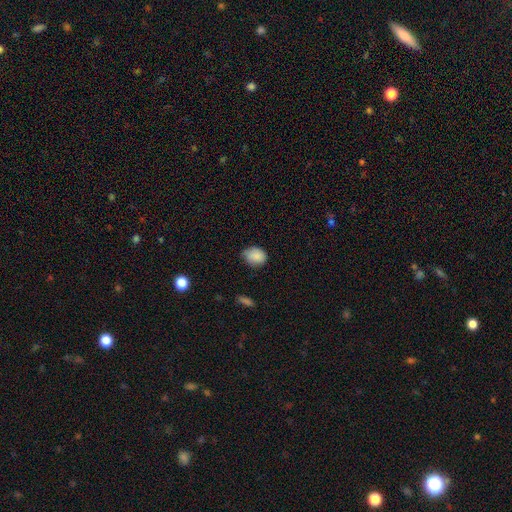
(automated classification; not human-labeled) Morphology: type=smooth (87%); roundness=in between (57%); merging=none (65%).